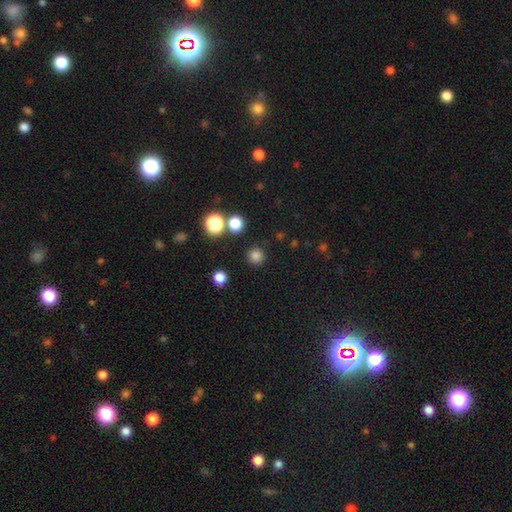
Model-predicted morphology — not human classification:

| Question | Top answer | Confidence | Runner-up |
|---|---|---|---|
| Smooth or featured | smooth | 80% | star or artifact (16%) |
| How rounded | round | 95% | in between (4%) |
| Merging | none | 87% | minor disturbance (7%) |